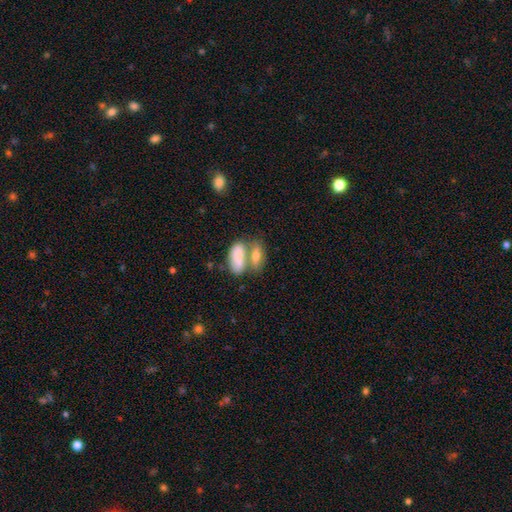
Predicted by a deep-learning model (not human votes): Morphology: type=smooth (73%); roundness=in between (82%); merging=merger (58%).